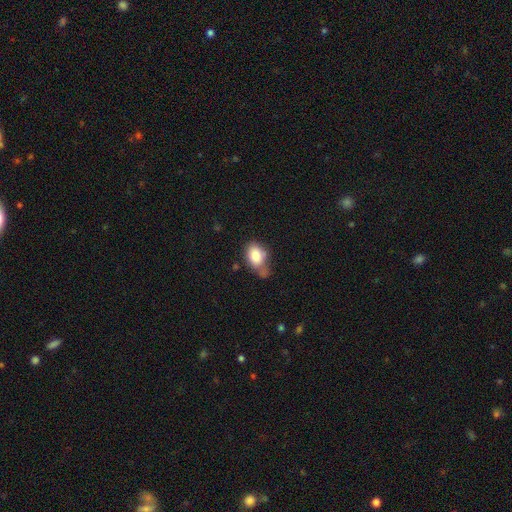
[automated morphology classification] smooth_or_featured: smooth (p=0.82) [alt: featured or disk p=0.10]
how_rounded: in between (p=0.77) [alt: round p=0.22]
merging: none (p=0.42) [alt: minor disturbance p=0.28]